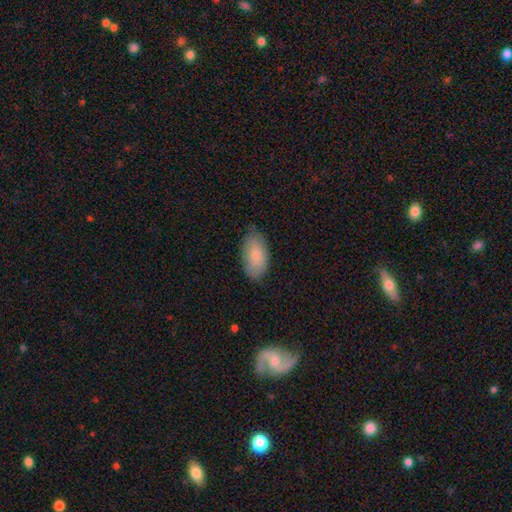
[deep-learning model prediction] smooth_or_featured: smooth (p=0.84) [alt: featured or disk p=0.10]
how_rounded: in between (p=0.94) [alt: cigar-shaped p=0.03]
merging: none (p=0.77) [alt: minor disturbance p=0.19]